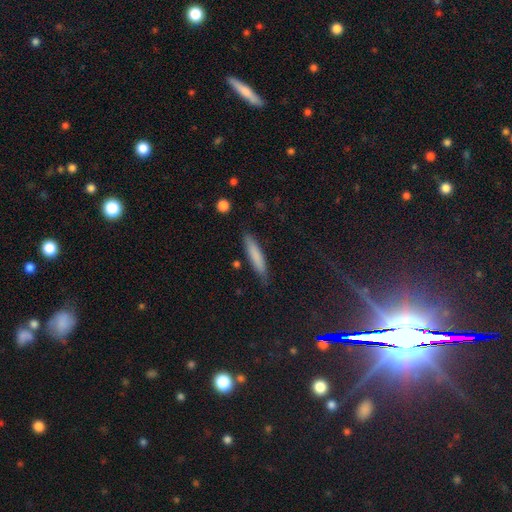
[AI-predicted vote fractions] smooth 78%, featured or disk 15%, star or artifact 7%. Down the decision tree: how rounded — cigar-shaped (87%); merging — none (83%).